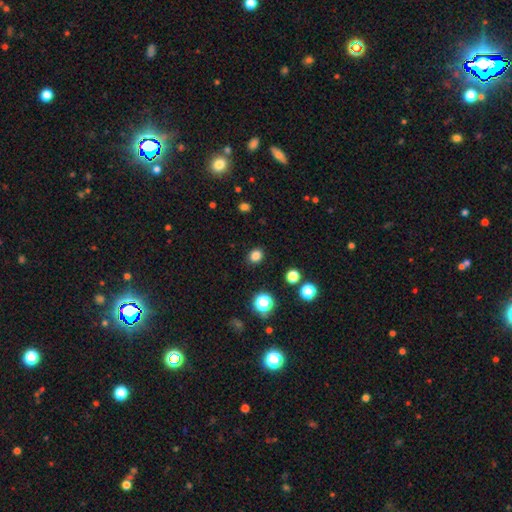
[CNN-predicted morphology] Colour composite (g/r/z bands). It shows a smooth galaxy with no disk features (82%) that is round (69%). Merging: none (89%).